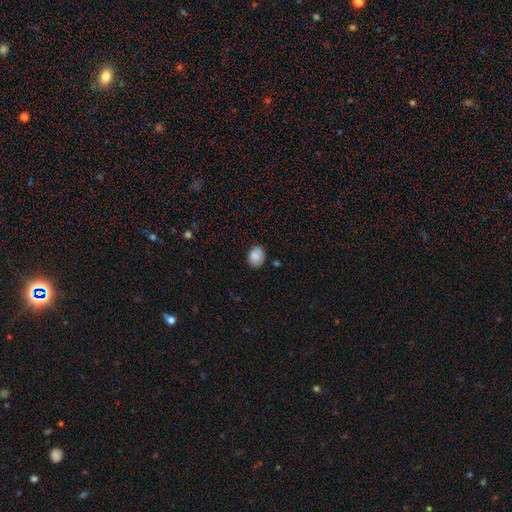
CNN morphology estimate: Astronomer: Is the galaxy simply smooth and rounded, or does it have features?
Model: smooth — 86%.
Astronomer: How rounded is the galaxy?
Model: round — 50% (runner-up: in between, 49%).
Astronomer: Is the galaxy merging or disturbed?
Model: none — 82%.